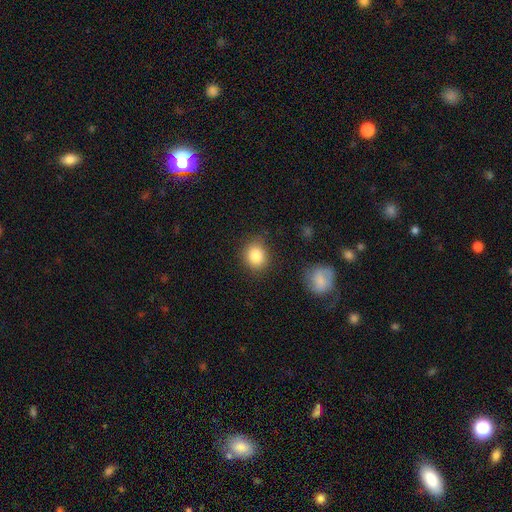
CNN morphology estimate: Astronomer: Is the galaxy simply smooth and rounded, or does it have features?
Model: smooth — 86%.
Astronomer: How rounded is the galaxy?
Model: round — 70%.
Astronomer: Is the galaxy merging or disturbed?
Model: none — 82%.